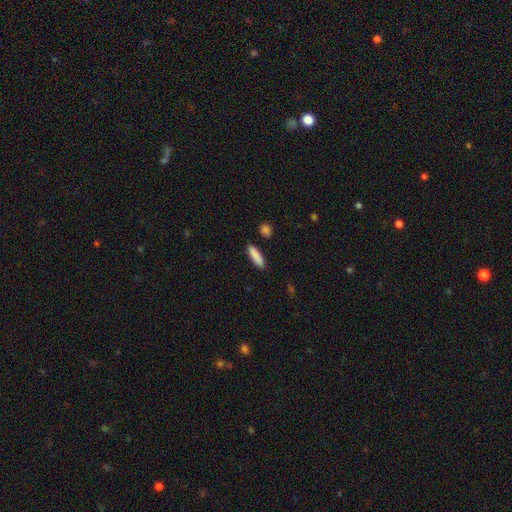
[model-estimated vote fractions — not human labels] A smooth galaxy with no disk features (87%) that is cigar-shaped (73%). Merging: none (88%).